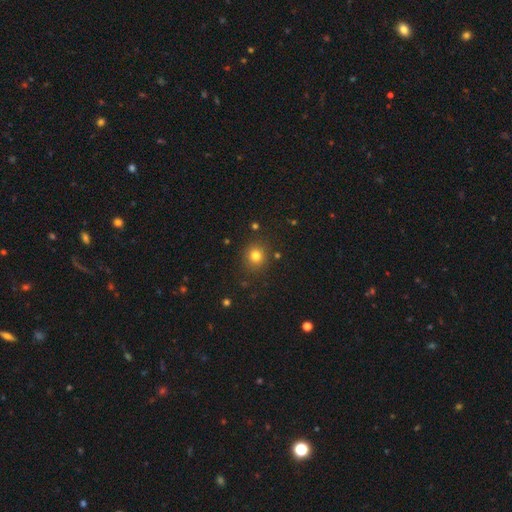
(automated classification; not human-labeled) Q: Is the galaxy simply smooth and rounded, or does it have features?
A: smooth — 79%.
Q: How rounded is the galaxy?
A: round — 84%.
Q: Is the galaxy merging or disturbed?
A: none — 86%.